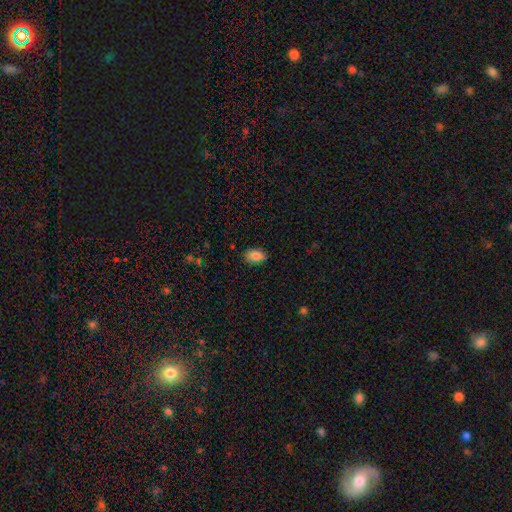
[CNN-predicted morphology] Smooth or featured? Predicted: smooth (p=0.85). How rounded? Predicted: in between (p=0.89). Merging? Predicted: none (p=0.85).